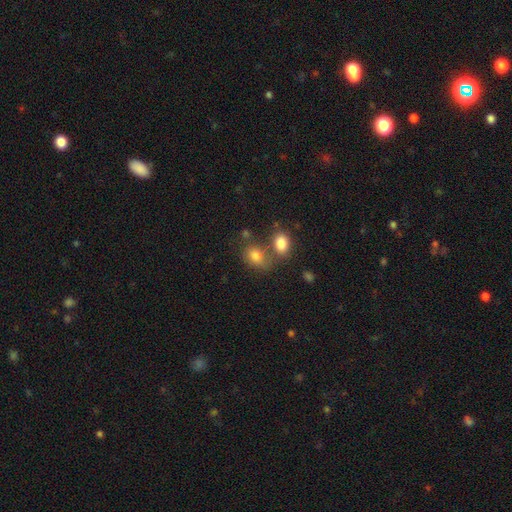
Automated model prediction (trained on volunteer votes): smooth_or_featured: smooth (p=0.80) [alt: star or artifact p=0.11]
how_rounded: in between (p=0.69) [alt: round p=0.30]
merging: none (p=0.45) [alt: merger p=0.35]